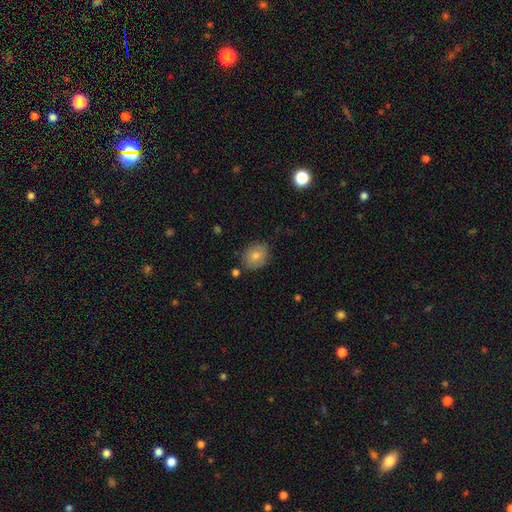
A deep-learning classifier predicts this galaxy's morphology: Smooth or featured? Predicted: smooth (p=0.73). How rounded? Predicted: round (p=0.66). Merging? Predicted: none (p=0.84).